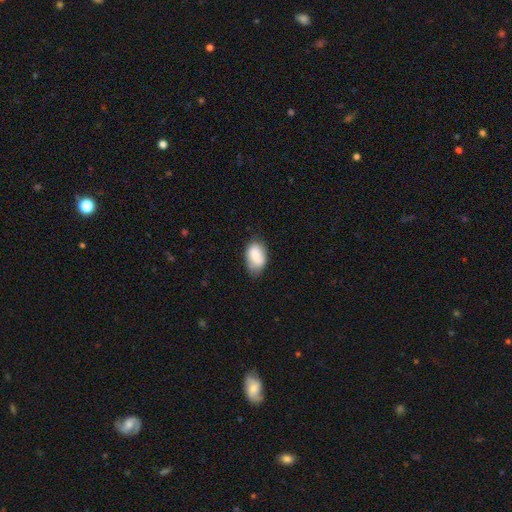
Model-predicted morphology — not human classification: This appears to be a smooth galaxy with no disk features (83%) that is in between round and cigar-shaped (90%). Merging: none (61%).